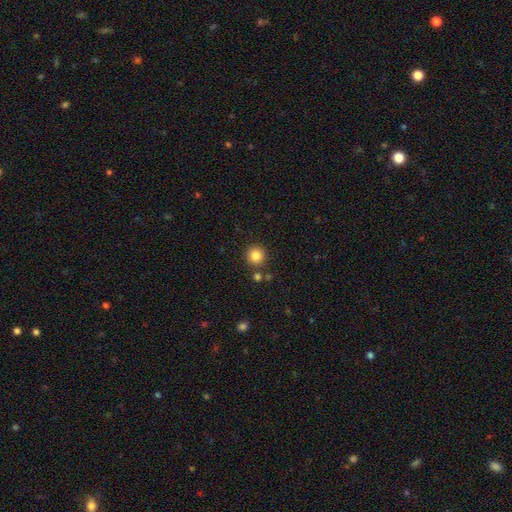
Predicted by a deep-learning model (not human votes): A smooth galaxy with no disk features (84%) that is round (95%).

Vote fractions:
- Smooth or featured? smooth: 84% / star or artifact: 11% / featured or disk: 5%
- How rounded? round: 95% / in between: 4% / cigar-shaped: 1%
- Merging? none: 87% / minor disturbance: 6% / merger: 5% / major disturbance: 2%